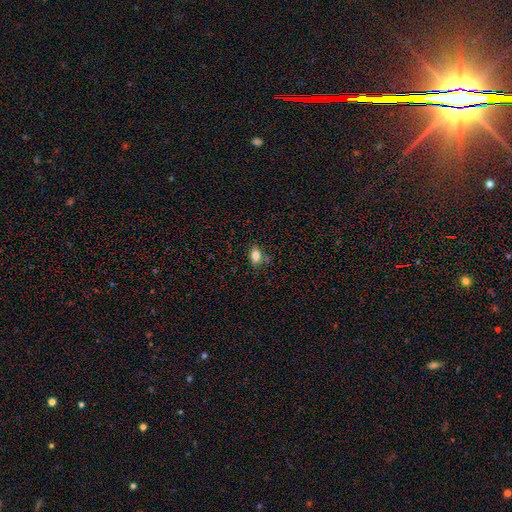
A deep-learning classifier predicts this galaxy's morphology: smooth-or-featured: smooth: 81% | star or artifact: 10% | featured or disk: 9%
  how-rounded: in between: 84% | round: 13% | cigar-shaped: 3%
  merging: none: 72% | minor disturbance: 20% | major disturbance: 5% | merger: 3%